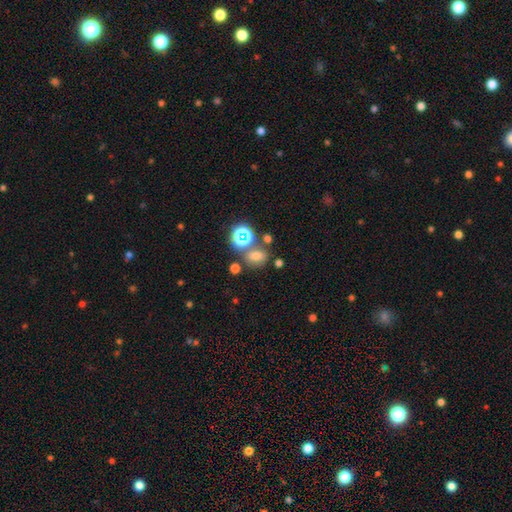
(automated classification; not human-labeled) This is likely a smooth galaxy (64%). How rounded: possibly in between (58%). Merging: likely none (63%).